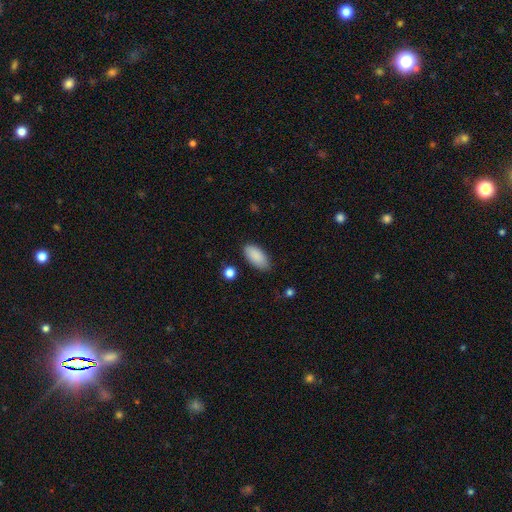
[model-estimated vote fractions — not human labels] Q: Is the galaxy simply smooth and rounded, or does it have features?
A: smooth — 89%.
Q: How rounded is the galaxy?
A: in between — 91%.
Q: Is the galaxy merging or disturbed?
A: none — 83%.